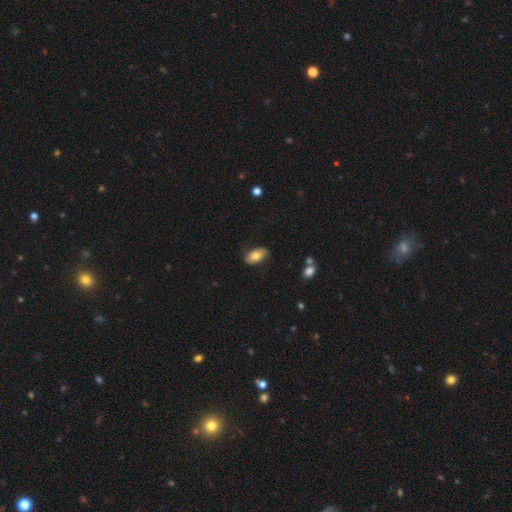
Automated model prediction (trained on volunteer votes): Smooth or featured? smooth (74%)
How rounded? in between (93%)
Merging? none (80%)